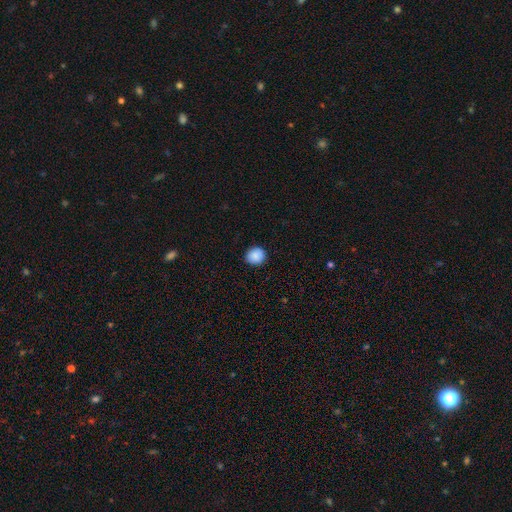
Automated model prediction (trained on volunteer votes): Smooth or featured: smooth — 89% (star or artifact — 8%)
How rounded: round — 81% (in between — 18%)
Merging: none — 89% (minor disturbance — 8%)